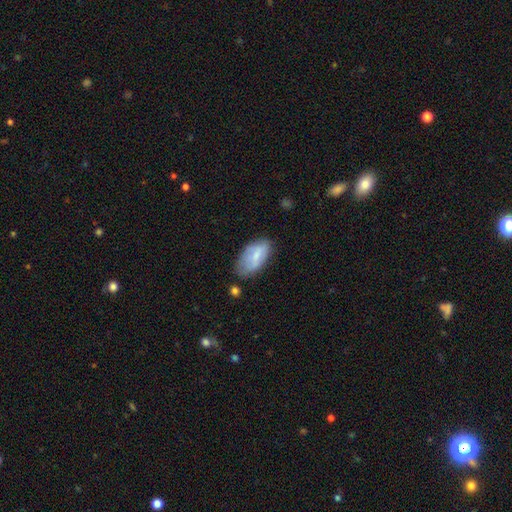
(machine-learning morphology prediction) Overall: smooth (70%). How rounded: in between (93%). Merging: none (58%; minor disturbance 30%).